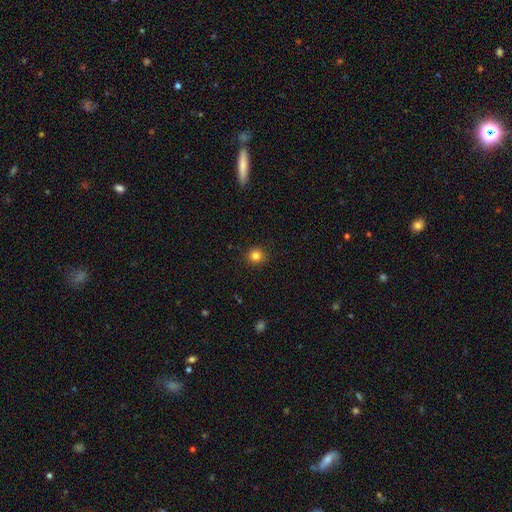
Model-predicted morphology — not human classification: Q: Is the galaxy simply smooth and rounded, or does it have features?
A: smooth — 83%.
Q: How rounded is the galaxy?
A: round — 92%.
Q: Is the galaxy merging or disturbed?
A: none — 91%.